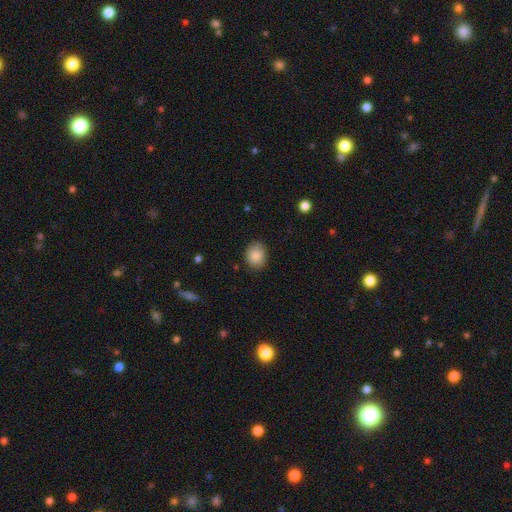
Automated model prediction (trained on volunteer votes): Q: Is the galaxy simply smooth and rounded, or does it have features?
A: smooth — 87%.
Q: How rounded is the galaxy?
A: round — 52%.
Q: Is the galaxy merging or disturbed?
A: none — 85%.